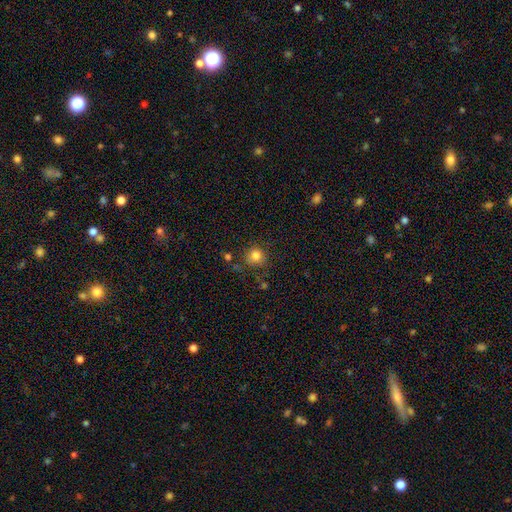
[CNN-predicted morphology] The model was most divided on "merging": none: 78%, minor disturbance: 13%, major disturbance: 5%, merger: 5%. More confident: how rounded — round (90%); smooth or featured — smooth (83%).